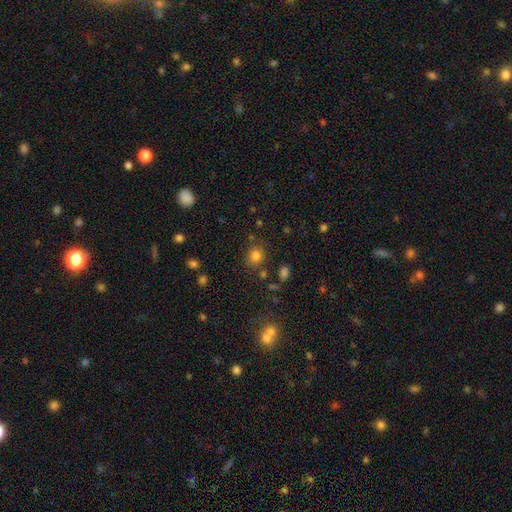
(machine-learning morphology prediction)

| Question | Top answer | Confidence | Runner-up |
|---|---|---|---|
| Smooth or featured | smooth | 81% | star or artifact (14%) |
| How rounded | round | 78% | in between (21%) |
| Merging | none | 79% | minor disturbance (11%) |